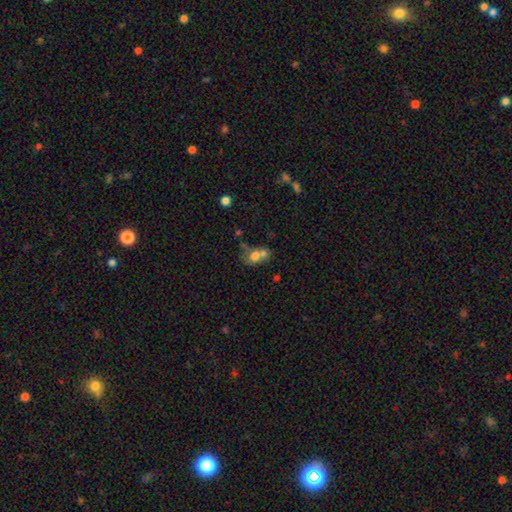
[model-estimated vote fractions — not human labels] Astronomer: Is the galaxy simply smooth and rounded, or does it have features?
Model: smooth — 68%.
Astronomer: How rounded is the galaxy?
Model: in between — 52% (runner-up: round, 47%).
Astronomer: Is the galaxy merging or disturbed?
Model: merger — 54%.